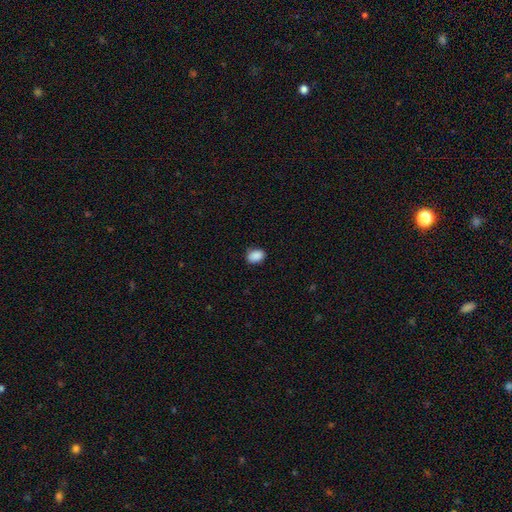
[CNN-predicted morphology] Smooth or featured?
  - smooth: 89% *
  - star or artifact: 8%
  - featured or disk: 3%
How rounded?
  - in between: 71% *
  - round: 28%
  - cigar-shaped: 1%
Merging?
  - none: 80% *
  - minor disturbance: 16%
  - major disturbance: 3%
  - merger: 1%